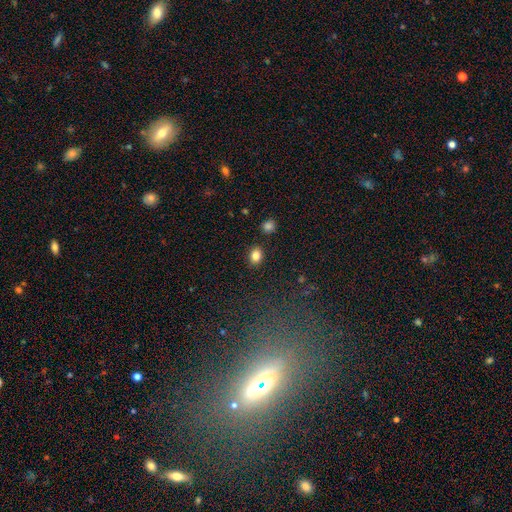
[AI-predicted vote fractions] Smooth or featured? smooth (84%)
How rounded? in between (61%)
Merging? none (87%)